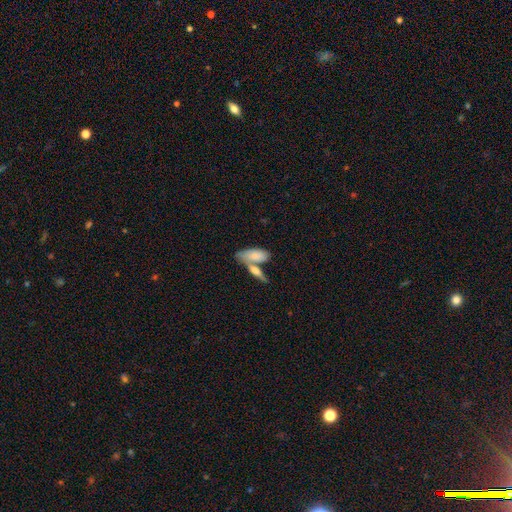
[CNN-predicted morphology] Overall: smooth (76%). How rounded: in between (82%). Merging: merger (45%; none 38%).